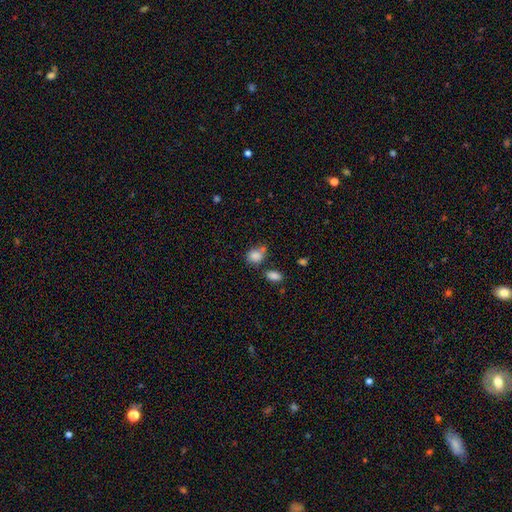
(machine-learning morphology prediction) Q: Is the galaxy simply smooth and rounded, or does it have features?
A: smooth — 84%.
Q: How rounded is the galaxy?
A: in between — 50%.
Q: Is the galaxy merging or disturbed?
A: none — 52%.